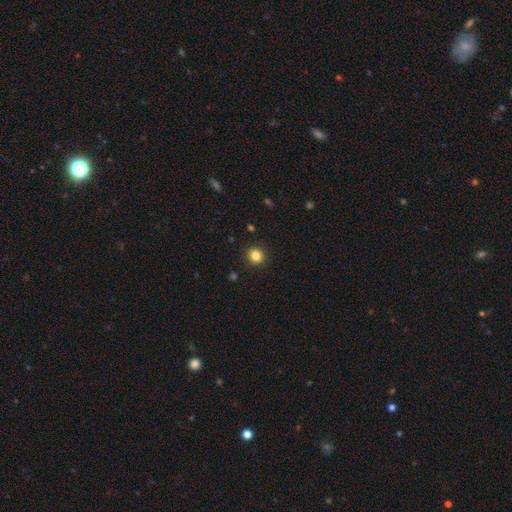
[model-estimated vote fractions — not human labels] smooth_or_featured: smooth (p=0.84) [alt: star or artifact p=0.12]
how_rounded: round (p=0.85) [alt: in between p=0.14]
merging: none (p=0.91) [alt: minor disturbance p=0.06]